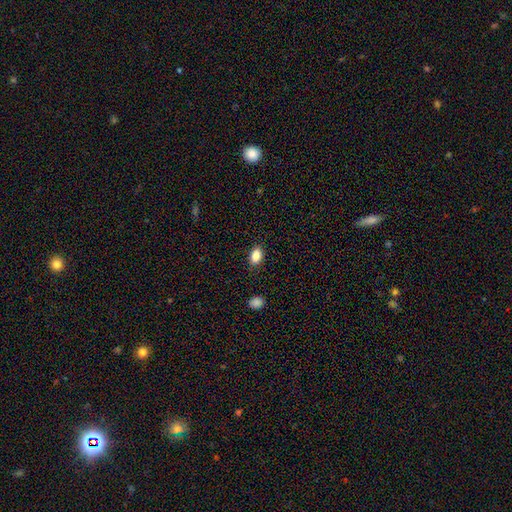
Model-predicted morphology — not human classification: A smooth galaxy with no disk features (87%) that is in between round and cigar-shaped (87%). Merging: none (88%).